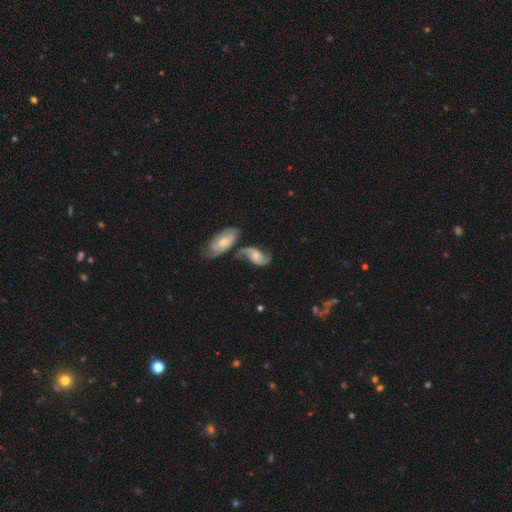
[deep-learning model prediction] Smooth or featured? featured or disk (75%)
Edge-on disk? no (96%)
Bar? no (53%)
Spiral arms? yes (94%)
Spiral winding? loose (60%)
Spiral arm count? 2 (90%)
Bulge size? small (35%)
Merging? none (45%)